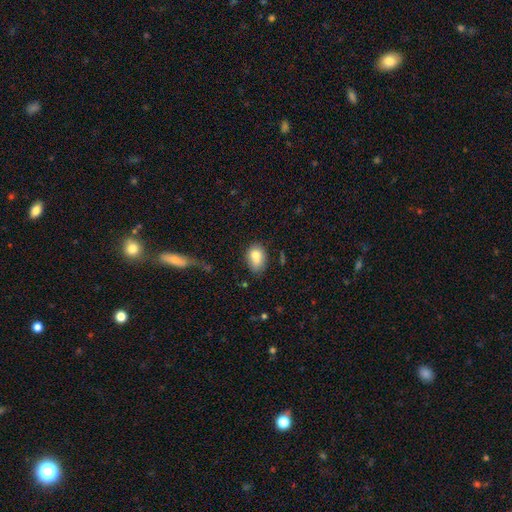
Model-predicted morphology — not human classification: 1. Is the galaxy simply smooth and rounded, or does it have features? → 81% smooth, 10% featured or disk, 9% star or artifact.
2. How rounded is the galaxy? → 77% in between, 22% round, 1% cigar-shaped.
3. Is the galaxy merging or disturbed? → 58% none, 27% minor disturbance, 9% major disturbance, 6% merger.